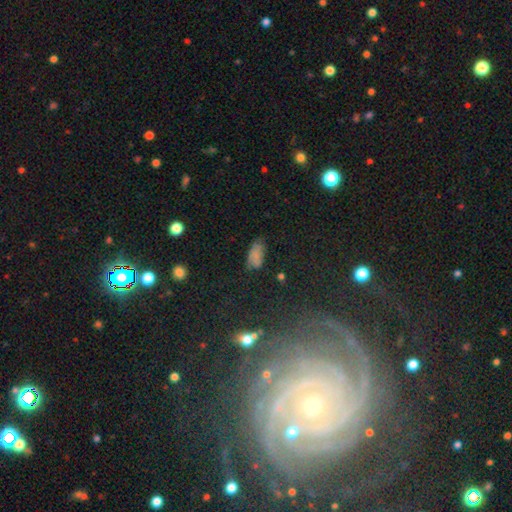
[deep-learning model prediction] smooth_or_featured: smooth (p=0.70) [alt: star or artifact p=0.17]
how_rounded: in between (p=0.90) [alt: cigar-shaped p=0.06]
merging: none (p=0.60) [alt: minor disturbance p=0.28]